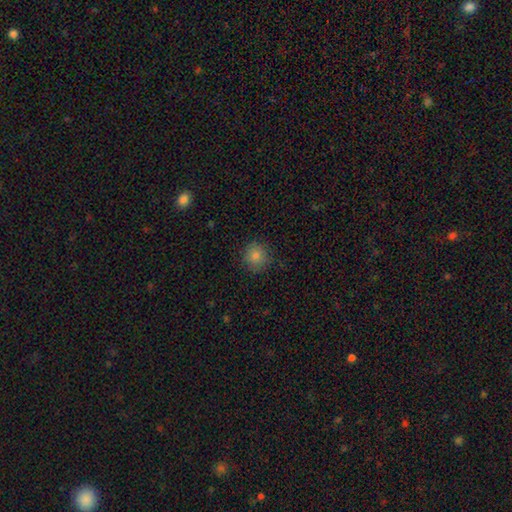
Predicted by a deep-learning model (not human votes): This appears to be a smooth galaxy with no disk features (83%) that is round (91%). Merging: none (87%).